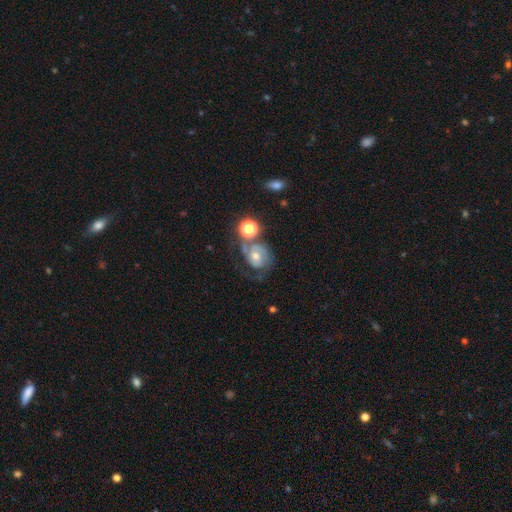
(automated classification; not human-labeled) smooth-or-featured: featured or disk: 75% | smooth: 16% | star or artifact: 9%
  disk-edge-on: no: 97% | yes: 3%
    bar: no: 66% | weak: 27% | strong: 6%
    has-spiral-arms: yes: 91% | no: 9%
      spiral-winding: tight: 45% | medium: 41% | loose: 14%
      spiral-arm-count: 2: 66% | can't tell: 14% | 1: 12% | 3: 5% | 4: 2% | more than 4: 2%
    bulge-size: moderate: 60% | small: 29% | large: 7% | none: 3% | dominant: 2%
  merging: none: 44% | minor disturbance: 19% | major disturbance: 19% | merger: 18%